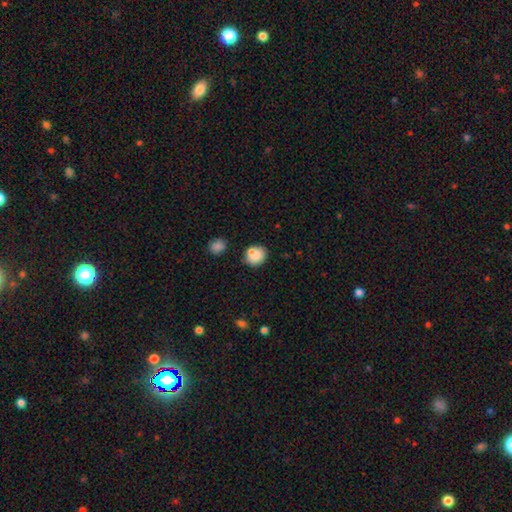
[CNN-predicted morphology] Q: Smooth or featured?
A: smooth (81%); runner-up: featured or disk (10%)
Q: How rounded?
A: round (69%); runner-up: in between (30%)
Q: Merging?
A: none (62%); runner-up: merger (20%)